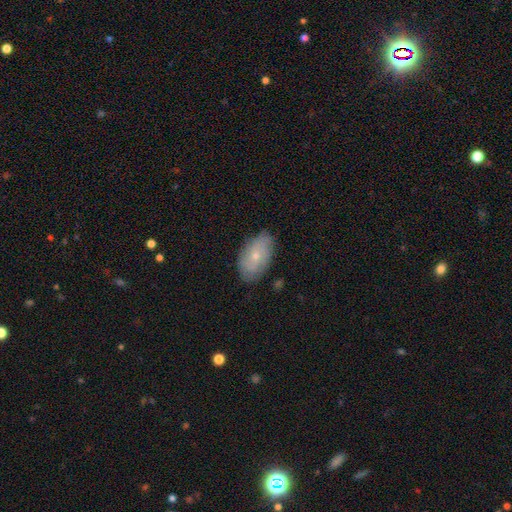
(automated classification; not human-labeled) smooth-or-featured: smooth: 54% | featured or disk: 38% | star or artifact: 7%
  how-rounded: in between: 92% | round: 6% | cigar-shaped: 2%
  merging: none: 80% | minor disturbance: 16% | major disturbance: 3% | merger: 1%